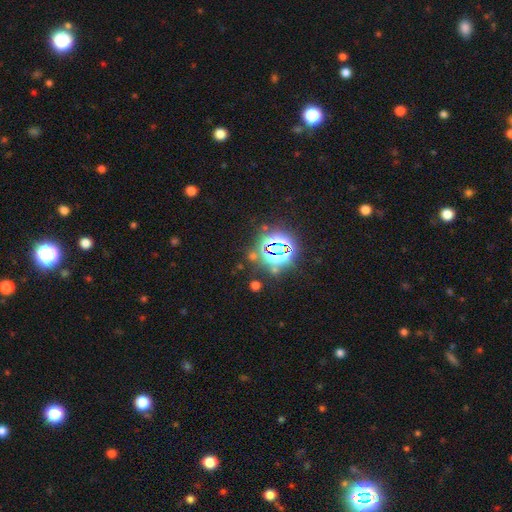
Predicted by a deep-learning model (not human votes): This appears to be a star or artifact, not a galaxy (78%).